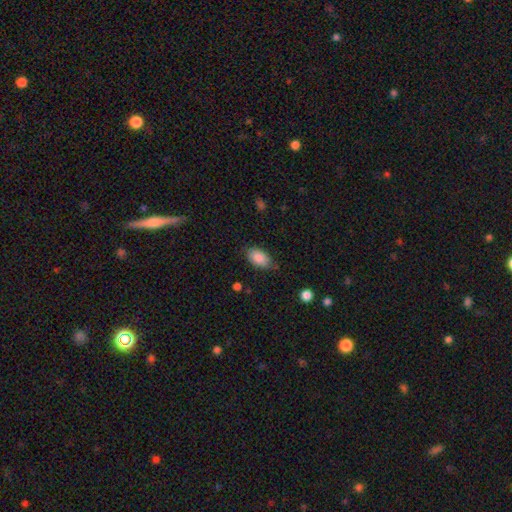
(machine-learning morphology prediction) Smooth or featured? smooth (86%)
How rounded? in between (92%)
Merging? none (79%)